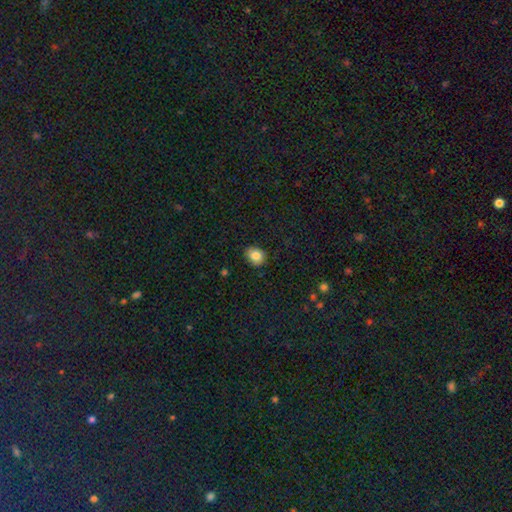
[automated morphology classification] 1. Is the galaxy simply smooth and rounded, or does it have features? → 83% smooth, 9% star or artifact, 8% featured or disk.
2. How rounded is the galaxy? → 58% round, 41% in between, 1% cigar-shaped.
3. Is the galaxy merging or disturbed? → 84% none, 13% minor disturbance, 2% major disturbance, 1% merger.